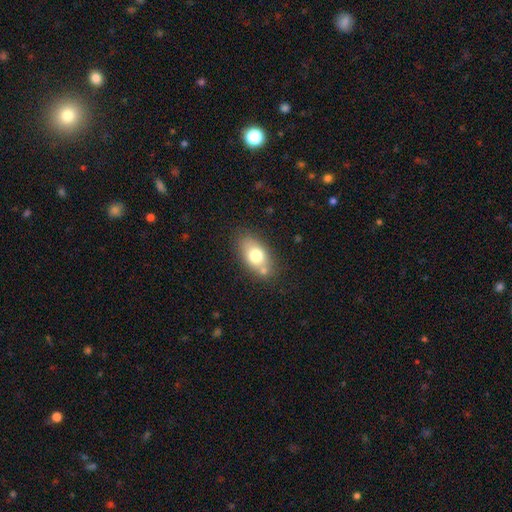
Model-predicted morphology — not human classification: The model was most divided on "merging": none: 65%, minor disturbance: 16%, merger: 14%, major disturbance: 5%. More confident: how rounded — in between (85%); smooth or featured — smooth (73%).